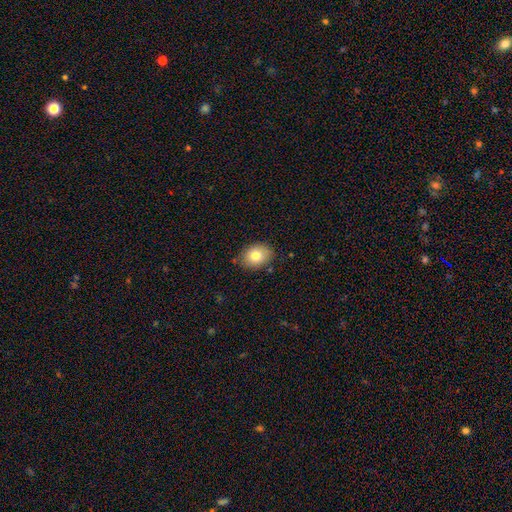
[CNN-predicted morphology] Smooth or featured?
  - smooth: 79% *
  - featured or disk: 12%
  - star or artifact: 9%
How rounded?
  - in between: 65% *
  - round: 34%
  - cigar-shaped: 1%
Merging?
  - none: 80% *
  - minor disturbance: 15%
  - major disturbance: 3%
  - merger: 2%